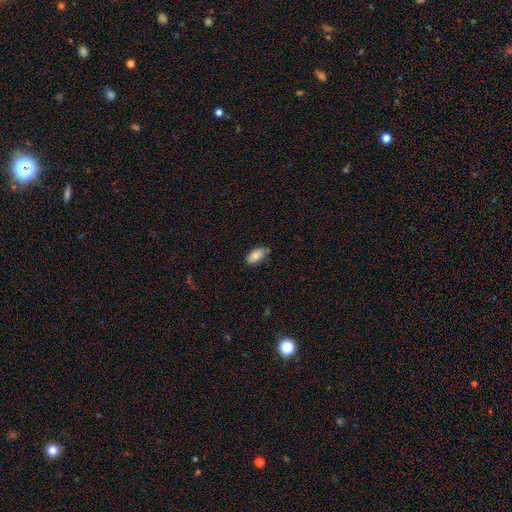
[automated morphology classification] smooth-or-featured: smooth: 84% | featured or disk: 9% | star or artifact: 7%
  how-rounded: in between: 93% | cigar-shaped: 4% | round: 3%
  merging: none: 76% | minor disturbance: 18% | major disturbance: 3% | merger: 2%